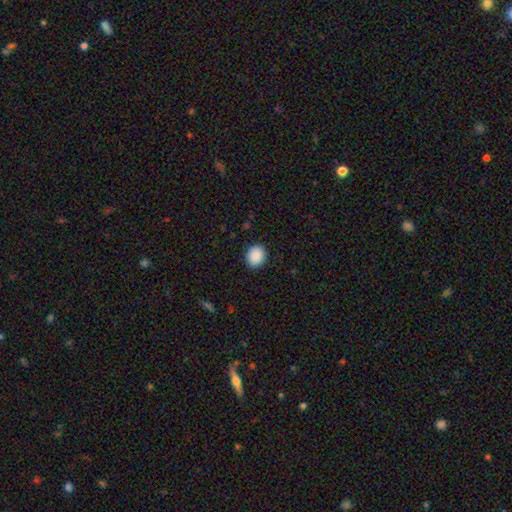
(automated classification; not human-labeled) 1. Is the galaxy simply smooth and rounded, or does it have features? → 90% smooth, 8% star or artifact, 3% featured or disk.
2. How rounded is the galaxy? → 60% round, 39% in between, 1% cigar-shaped.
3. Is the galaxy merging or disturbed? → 89% none, 8% minor disturbance, 2% major disturbance, 1% merger.